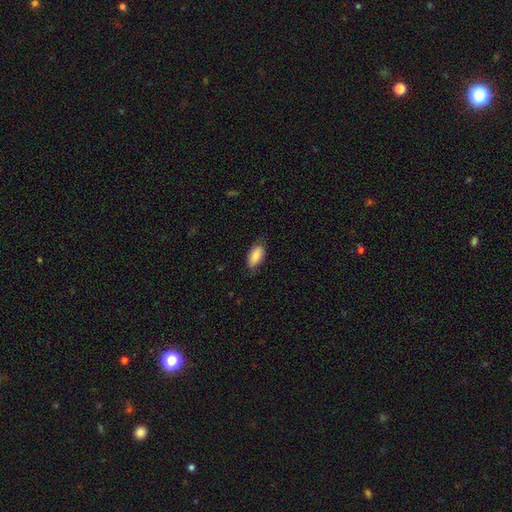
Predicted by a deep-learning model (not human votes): Smooth or featured?
  - smooth: 82% *
  - featured or disk: 11%
  - star or artifact: 6%
How rounded?
  - in between: 91% *
  - cigar-shaped: 6%
  - round: 3%
Merging?
  - none: 71% *
  - minor disturbance: 23%
  - major disturbance: 5%
  - merger: 1%